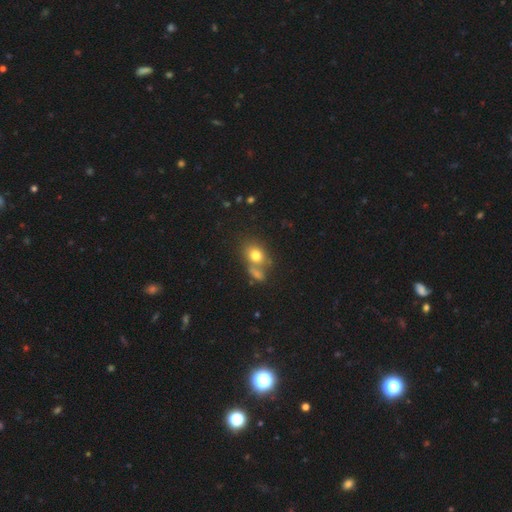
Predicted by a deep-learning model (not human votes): Q: Smooth or featured?
A: smooth (76%); runner-up: featured or disk (12%)
Q: How rounded?
A: in between (50%); runner-up: round (48%)
Q: Merging?
A: none (47%); runner-up: merger (33%)